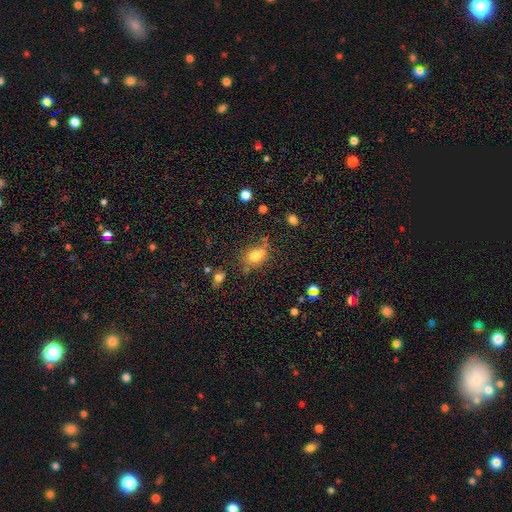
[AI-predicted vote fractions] Q: Smooth or featured?
A: smooth (74%); runner-up: star or artifact (14%)
Q: How rounded?
A: round (50%); runner-up: in between (48%)
Q: Merging?
A: none (51%); runner-up: minor disturbance (21%)